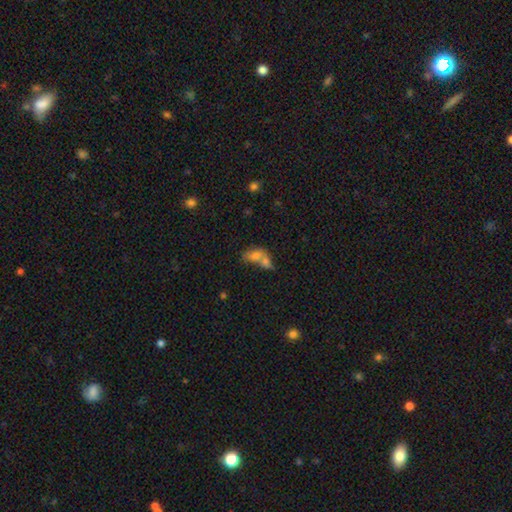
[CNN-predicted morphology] Q: Smooth or featured?
A: smooth (68%); runner-up: featured or disk (21%)
Q: How rounded?
A: in between (76%); runner-up: round (20%)
Q: Merging?
A: merger (70%); runner-up: none (17%)